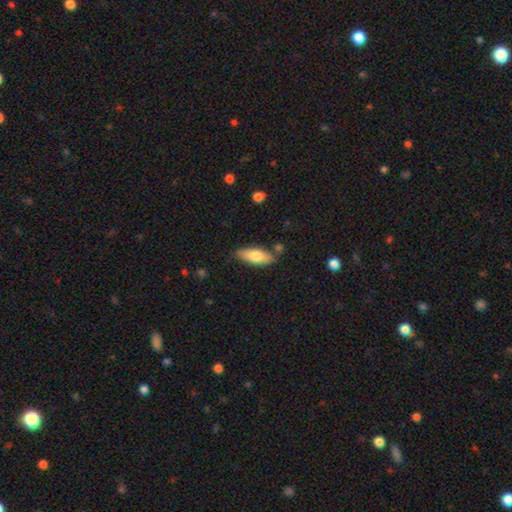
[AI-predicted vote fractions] A smooth galaxy with no disk features (75%) that is in between round and cigar-shaped (70%). Merging: none (77%).